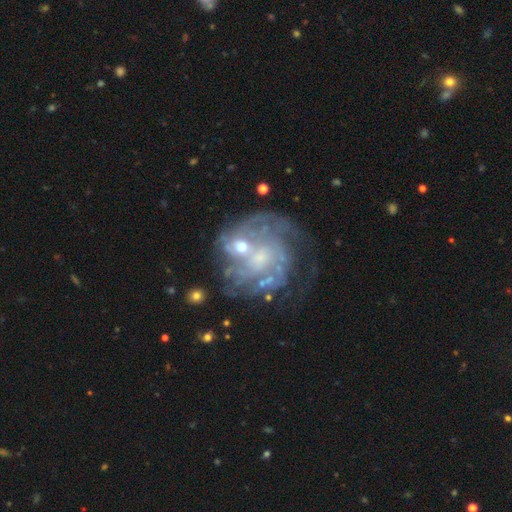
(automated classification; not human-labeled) featured or disk 78%, smooth 12%, star or artifact 10%. Down the decision tree: edge-on disk — no (98%); bar — no (69%); spiral arms — yes (78%); spiral arm count — can't tell (48%); spiral winding — tight (53%); bulge size — small (50%); merging — none (51%).